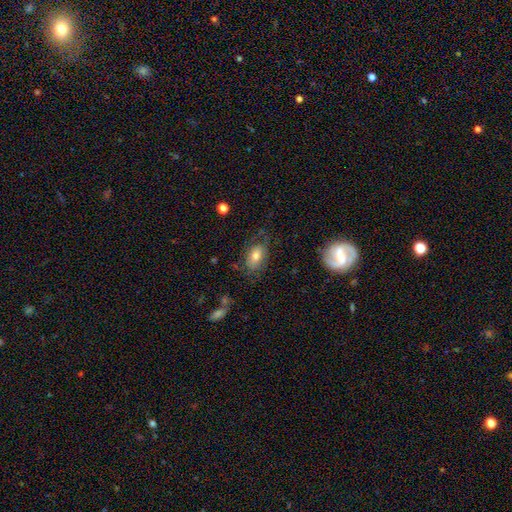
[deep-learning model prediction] Overall: smooth (68%). How rounded: in between (86%). Merging: none (64%).